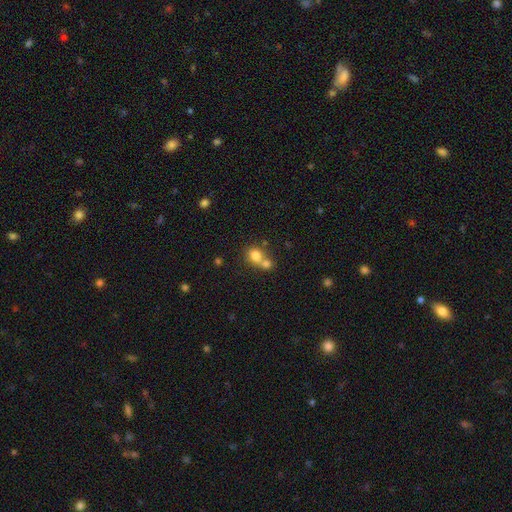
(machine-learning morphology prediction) Smooth or featured? Predicted: smooth (p=0.78). How rounded? Predicted: round (p=0.67). Merging? Predicted: merger (p=0.59).